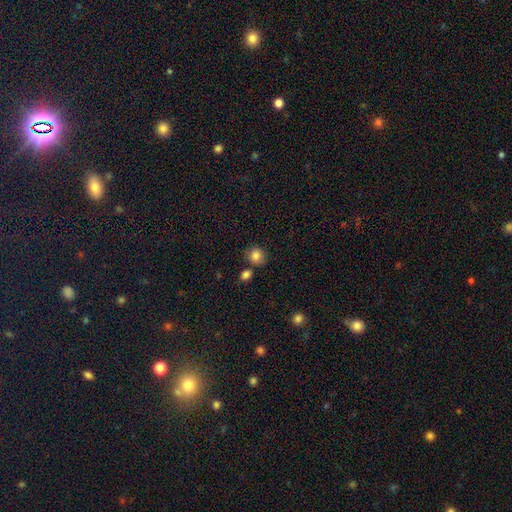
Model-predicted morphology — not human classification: This is clearly a smooth galaxy (84%). How rounded: likely round (78%). Merging: likely none (73%).